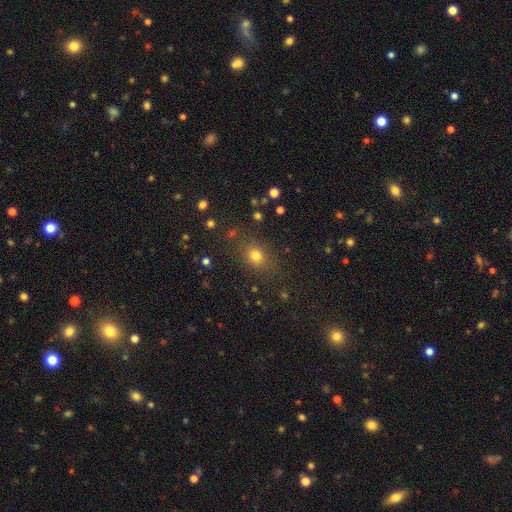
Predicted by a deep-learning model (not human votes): smooth 76%, star or artifact 16%, featured or disk 8%. Down the decision tree: how rounded — round (54%); merging — none (81%).